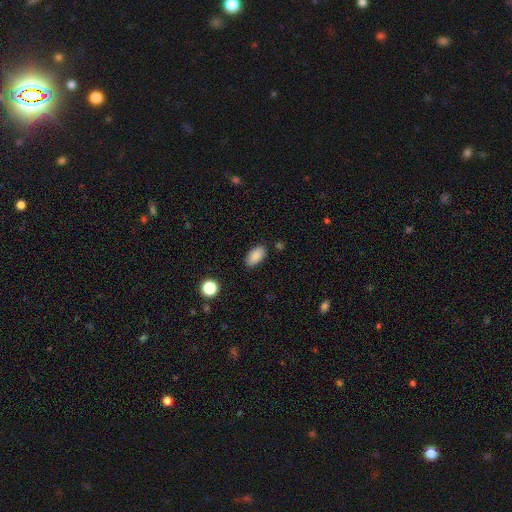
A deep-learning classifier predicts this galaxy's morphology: Smooth or featured? Predicted: smooth (p=0.88). How rounded? Predicted: in between (p=0.92). Merging? Predicted: none (p=0.85).